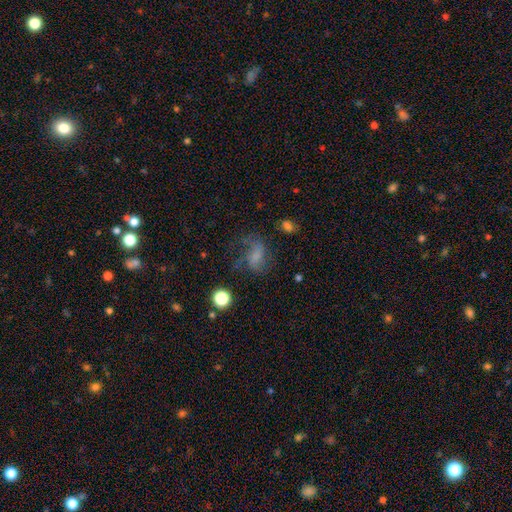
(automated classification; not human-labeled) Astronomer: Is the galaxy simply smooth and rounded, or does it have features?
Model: smooth — 45% (runner-up: featured or disk, 37%).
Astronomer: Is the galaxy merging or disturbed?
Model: none — 39% (runner-up: major disturbance, 37%).